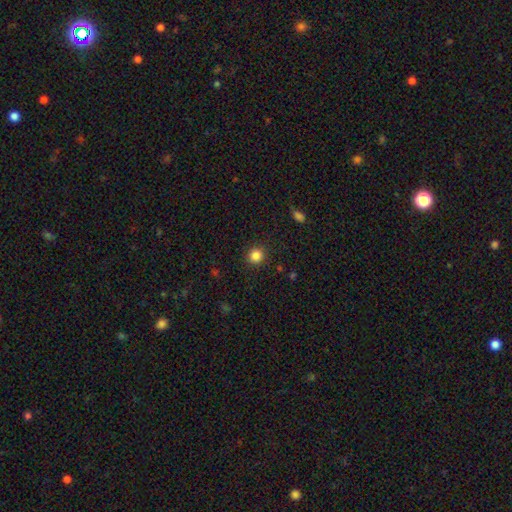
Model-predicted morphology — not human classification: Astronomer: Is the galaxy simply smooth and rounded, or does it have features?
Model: smooth — 85%.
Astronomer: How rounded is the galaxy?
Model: round — 92%.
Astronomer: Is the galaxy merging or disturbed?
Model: none — 91%.